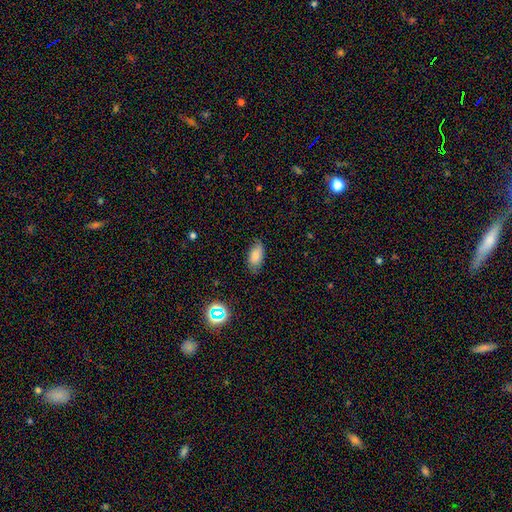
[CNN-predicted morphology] A smooth galaxy with no disk features (80%) that is in between round and cigar-shaped (91%). Merging: none (75%).